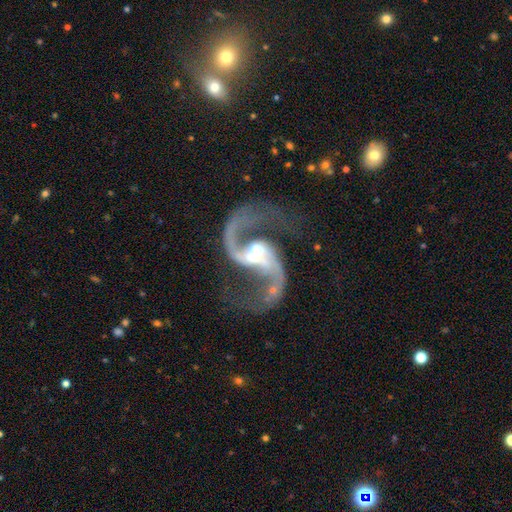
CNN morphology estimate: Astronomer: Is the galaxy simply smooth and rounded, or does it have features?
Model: featured or disk — 92%.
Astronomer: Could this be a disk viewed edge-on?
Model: no — 98%.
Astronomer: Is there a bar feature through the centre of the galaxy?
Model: weak — 37% (runner-up: no, 33%).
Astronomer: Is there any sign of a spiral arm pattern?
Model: yes — 98%.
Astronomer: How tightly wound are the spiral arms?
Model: loose — 68%.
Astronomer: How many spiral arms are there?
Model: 2 — 94%.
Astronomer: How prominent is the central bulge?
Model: moderate — 61%.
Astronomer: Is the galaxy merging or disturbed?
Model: none — 56%.